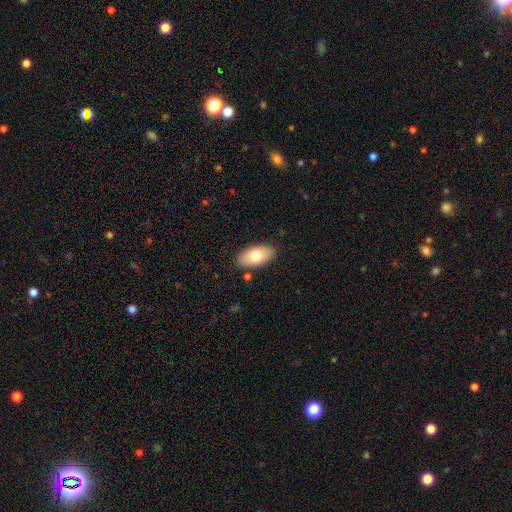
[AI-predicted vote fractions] smooth-or-featured: smooth: 73% | featured or disk: 20% | star or artifact: 6%
  how-rounded: in between: 94% | round: 3% | cigar-shaped: 3%
  merging: none: 87% | minor disturbance: 10% | major disturbance: 2% | merger: 2%